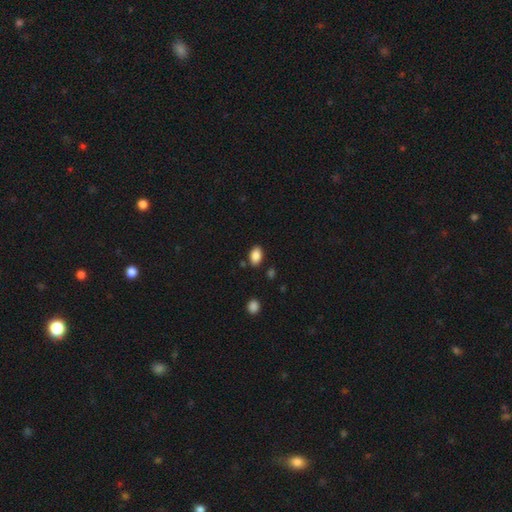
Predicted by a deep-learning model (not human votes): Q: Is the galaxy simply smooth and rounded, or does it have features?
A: smooth — 87%.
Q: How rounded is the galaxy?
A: in between — 90%.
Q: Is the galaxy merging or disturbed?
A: none — 84%.